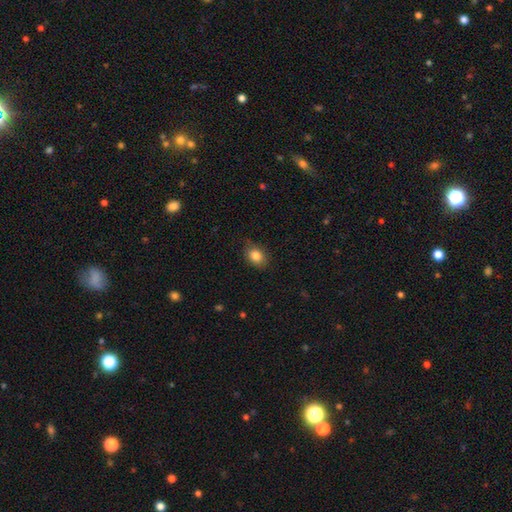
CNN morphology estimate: Overall: smooth (83%). How rounded: in between (69%; round 30%). Merging: none (77%).